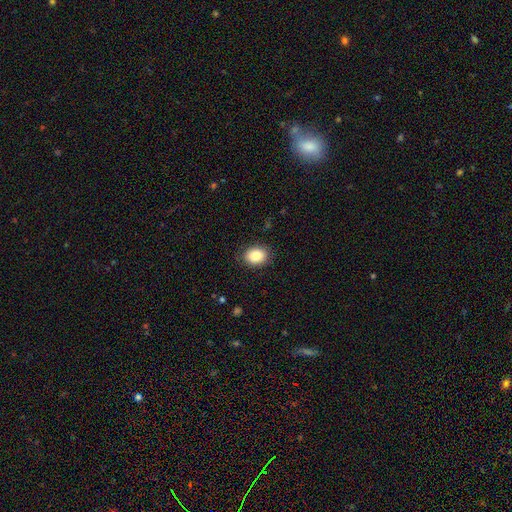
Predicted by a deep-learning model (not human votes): smooth-or-featured: smooth: 86% | star or artifact: 8% | featured or disk: 6%
  how-rounded: in between: 62% | round: 37% | cigar-shaped: 1%
  merging: none: 86% | minor disturbance: 10% | major disturbance: 3% | merger: 1%